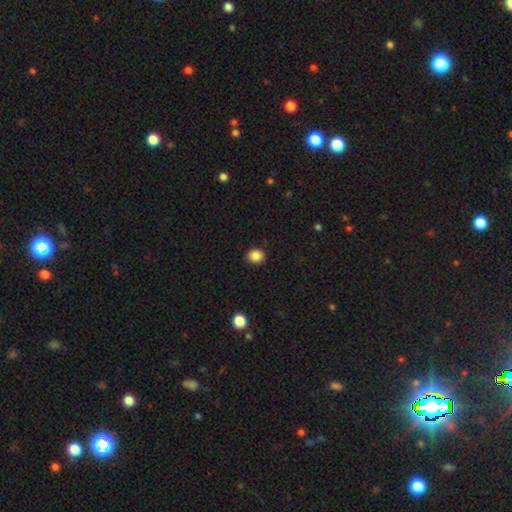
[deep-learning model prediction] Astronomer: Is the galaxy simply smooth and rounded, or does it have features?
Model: smooth — 86%.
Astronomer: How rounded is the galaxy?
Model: round — 71%.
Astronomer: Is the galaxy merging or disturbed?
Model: none — 90%.